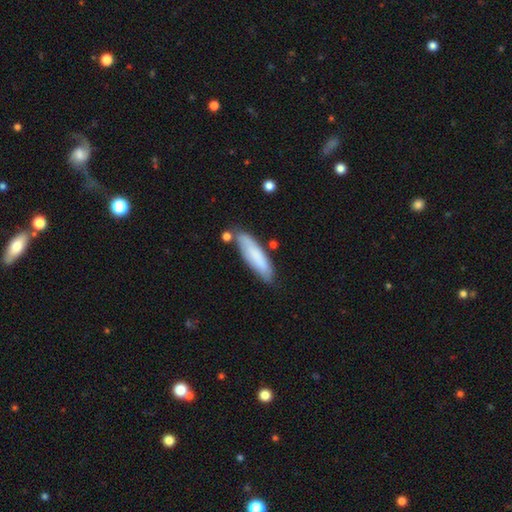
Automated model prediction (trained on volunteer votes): Smooth or featured?
  - smooth: 77% *
  - featured or disk: 17%
  - star or artifact: 6%
How rounded?
  - cigar-shaped: 66% *
  - in between: 32%
  - round: 1%
Merging?
  - none: 74% *
  - minor disturbance: 16%
  - merger: 6%
  - major disturbance: 3%